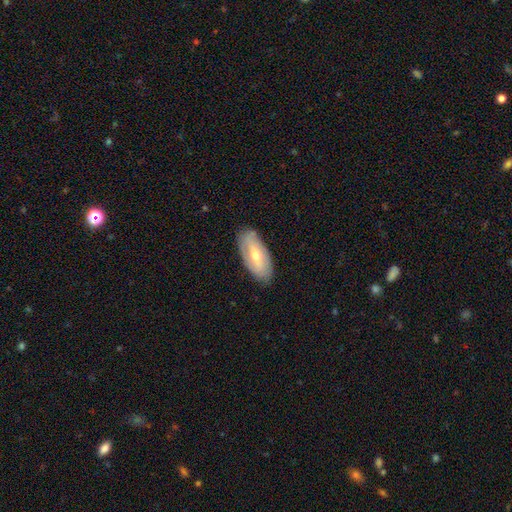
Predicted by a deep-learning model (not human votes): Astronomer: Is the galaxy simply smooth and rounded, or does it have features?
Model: featured or disk — 53% (runner-up: smooth, 41%).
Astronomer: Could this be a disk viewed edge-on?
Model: no — 85%.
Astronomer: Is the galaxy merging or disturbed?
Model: none — 83%.